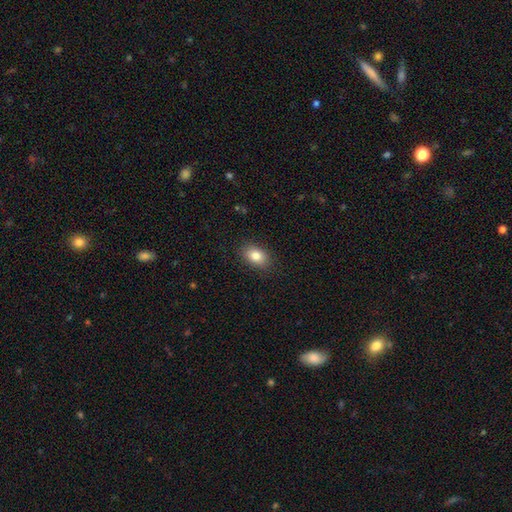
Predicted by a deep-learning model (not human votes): smooth_or_featured: smooth (p=0.83) [alt: star or artifact p=0.09]
how_rounded: in between (p=0.80) [alt: round p=0.19]
merging: none (p=0.87) [alt: minor disturbance p=0.10]